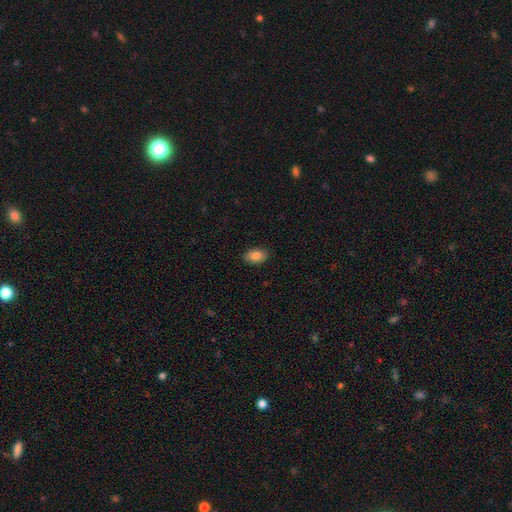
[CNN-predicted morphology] Smooth or featured?
  - smooth: 85% *
  - featured or disk: 8%
  - star or artifact: 8%
How rounded?
  - in between: 90% *
  - round: 8%
  - cigar-shaped: 2%
Merging?
  - none: 88% *
  - minor disturbance: 9%
  - major disturbance: 2%
  - merger: 1%